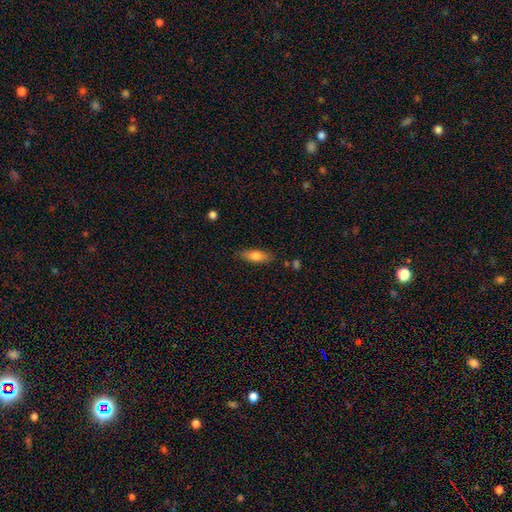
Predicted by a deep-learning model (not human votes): Morphology: type=smooth (73%); roundness=in between (61%); merging=none (84%).